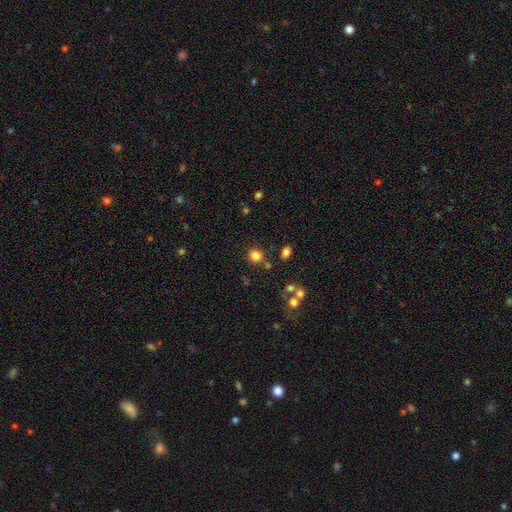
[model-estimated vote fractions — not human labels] Morphology: type=smooth (82%); roundness=round (86%); merging=none (79%).